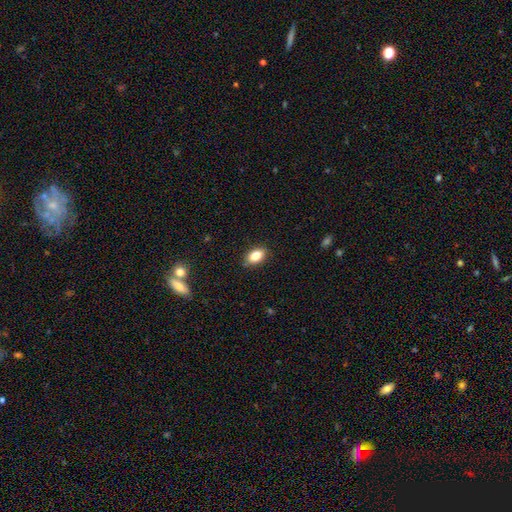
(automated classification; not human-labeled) Smooth or featured? smooth (83%)
How rounded? in between (87%)
Merging? none (86%)